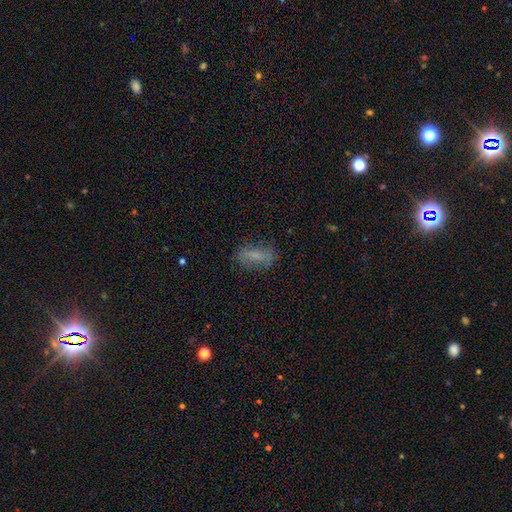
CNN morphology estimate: smooth_or_featured: smooth (p=0.65) [alt: featured or disk p=0.24]
how_rounded: in between (p=0.74) [alt: cigar-shaped p=0.21]
merging: none (p=0.70) [alt: minor disturbance p=0.19]